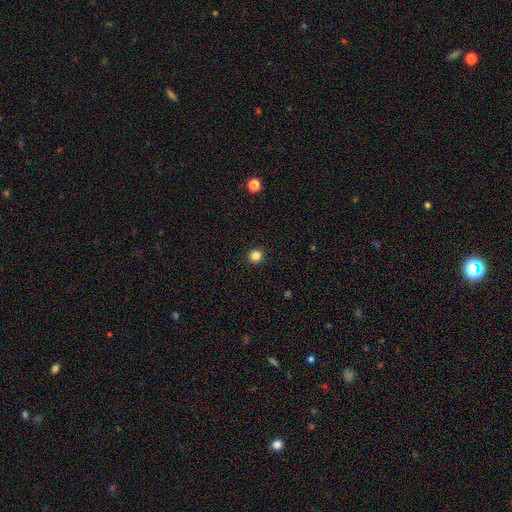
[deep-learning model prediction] Smooth or featured: smooth — 84% (star or artifact — 12%)
How rounded: round — 95% (in between — 4%)
Merging: none — 94% (minor disturbance — 4%)